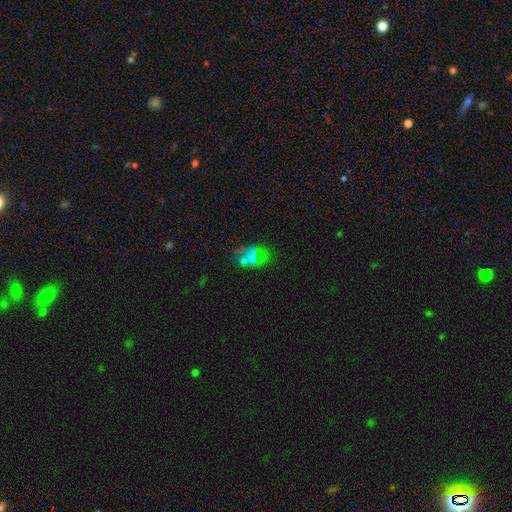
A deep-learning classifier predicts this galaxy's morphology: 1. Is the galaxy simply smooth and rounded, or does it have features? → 36% featured or disk, 35% smooth, 29% star or artifact.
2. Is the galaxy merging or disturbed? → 51% none, 19% minor disturbance, 19% major disturbance, 11% merger.